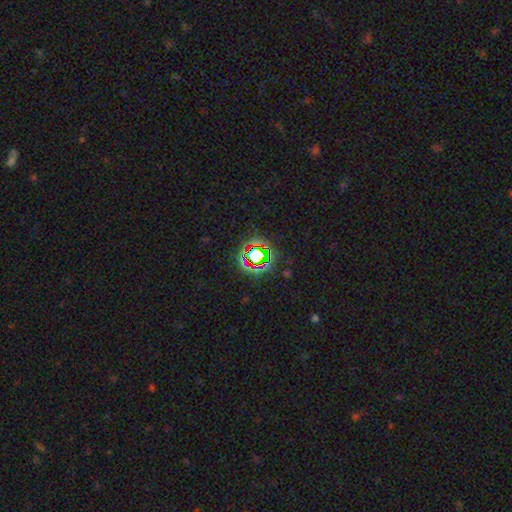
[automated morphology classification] This is likely a star or artifact rather than a galaxy (72%).